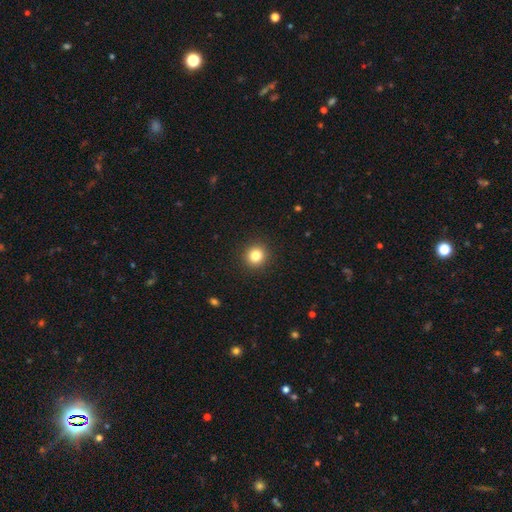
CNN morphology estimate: A smooth galaxy with no disk features (83%) that is round (92%).

Vote fractions:
- Smooth or featured? smooth: 83% / star or artifact: 12% / featured or disk: 6%
- How rounded? round: 92% / in between: 7% / cigar-shaped: 1%
- Merging? none: 93% / minor disturbance: 5% / major disturbance: 2% / merger: 1%